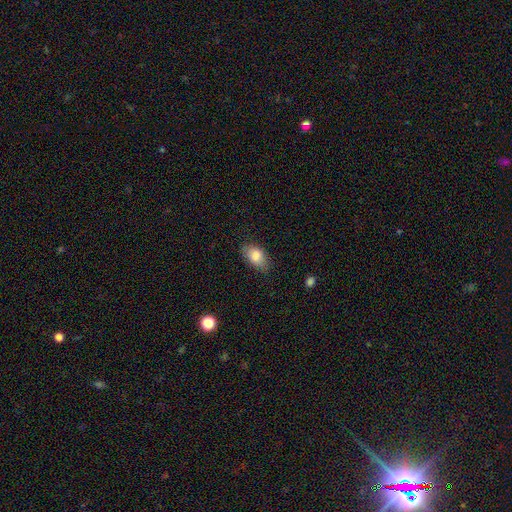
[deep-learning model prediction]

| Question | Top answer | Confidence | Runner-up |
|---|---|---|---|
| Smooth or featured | smooth | 82% | featured or disk (10%) |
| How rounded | in between | 91% | round (7%) |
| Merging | none | 79% | minor disturbance (17%) |